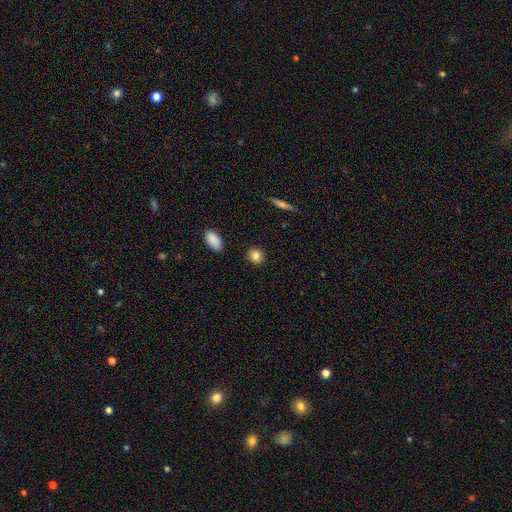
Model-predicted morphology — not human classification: smooth 85%, star or artifact 9%, featured or disk 6%. Down the decision tree: how rounded — round (81%); merging — none (90%).